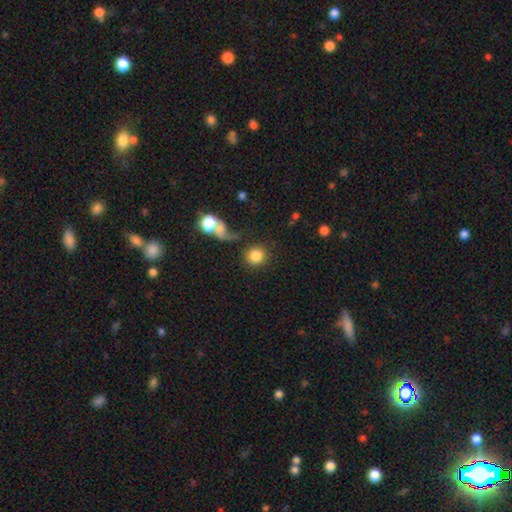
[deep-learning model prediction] smooth_or_featured: smooth (p=0.83) [alt: star or artifact p=0.09]
how_rounded: round (p=0.91) [alt: in between p=0.08]
merging: none (p=0.67) [alt: merger p=0.14]